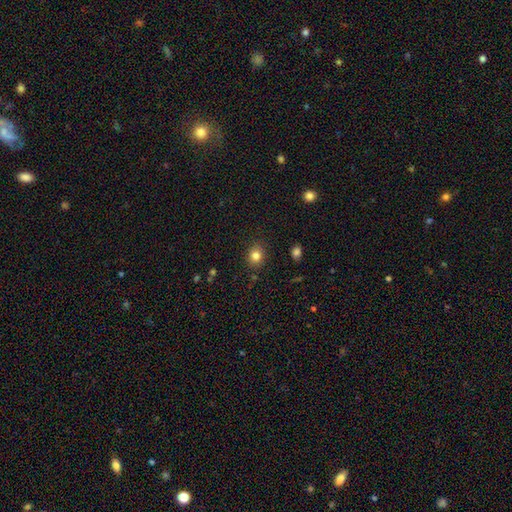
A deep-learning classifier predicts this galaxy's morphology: This is clearly a smooth galaxy (82%). How rounded: likely round (64%). Merging: clearly none (86%).